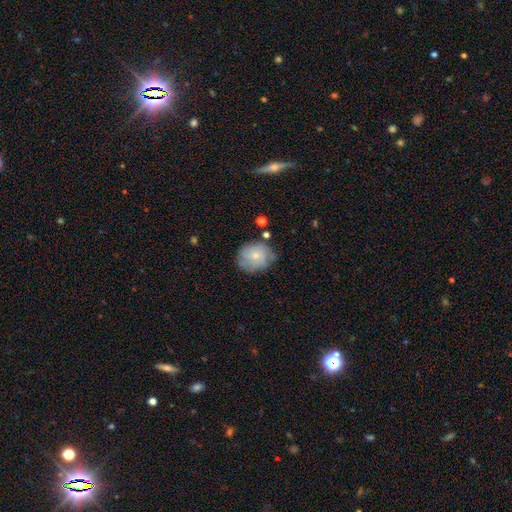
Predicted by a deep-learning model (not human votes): A smooth galaxy with no disk features (67%) that is round (70%). Merging: none (65%).